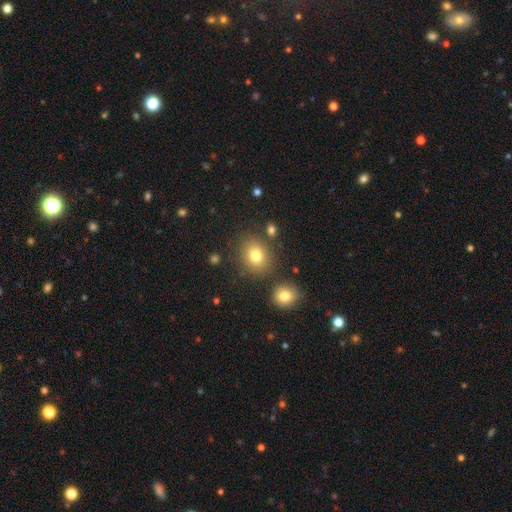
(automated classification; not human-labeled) Overall: smooth (78%). How rounded: round (68%; in between 32%). Merging: none (80%).